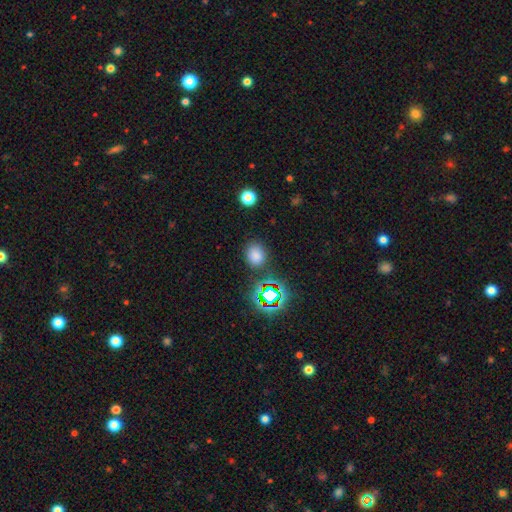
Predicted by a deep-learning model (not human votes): This is likely a smooth galaxy (73%). How rounded: possibly round (58%). Merging: clearly none (82%).